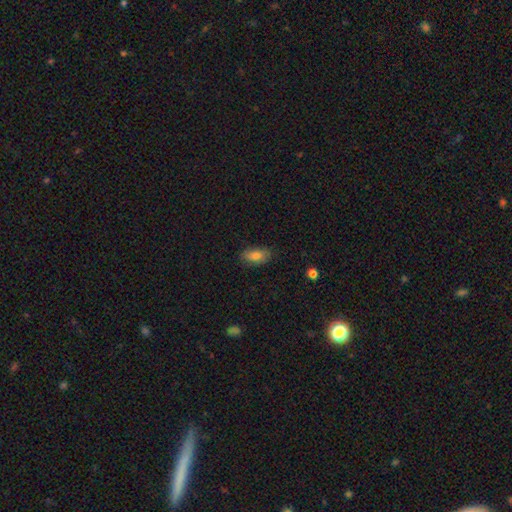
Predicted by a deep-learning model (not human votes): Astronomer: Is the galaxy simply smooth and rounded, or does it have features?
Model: smooth — 80%.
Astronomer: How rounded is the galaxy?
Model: in between — 91%.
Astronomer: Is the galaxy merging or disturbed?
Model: none — 80%.